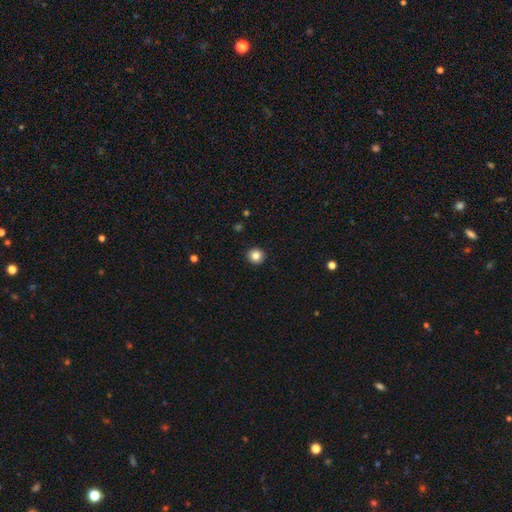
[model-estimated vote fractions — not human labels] The model was most divided on "smooth or featured": smooth: 83%, star or artifact: 10%, featured or disk: 7%. More confident: how rounded — round (93%); merging — none (93%).